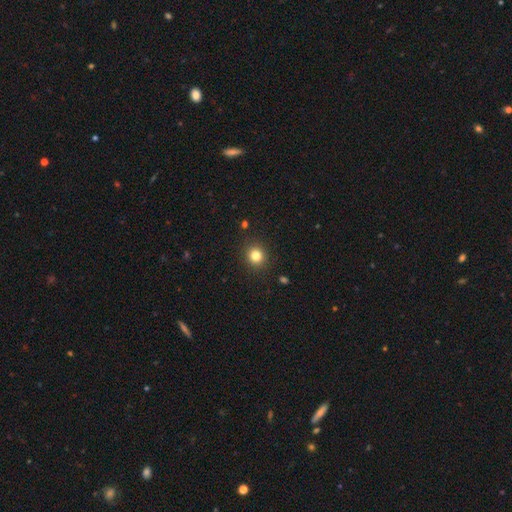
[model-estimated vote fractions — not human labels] Smooth or featured: smooth — 81% (star or artifact — 13%)
How rounded: round — 88% (in between — 11%)
Merging: none — 90% (minor disturbance — 6%)